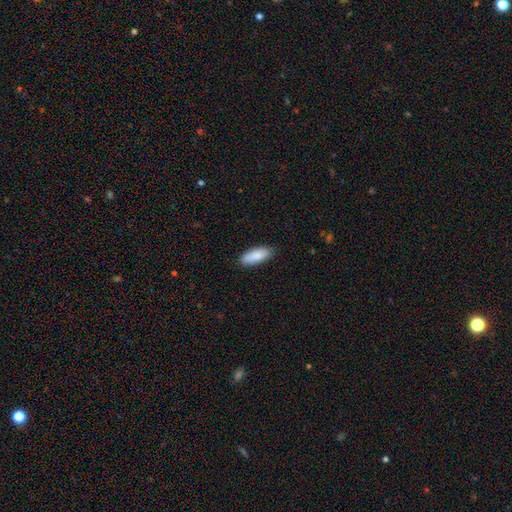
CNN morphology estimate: smooth_or_featured: smooth (p=0.87) [alt: featured or disk p=0.07]
how_rounded: in between (p=0.75) [alt: cigar-shaped p=0.24]
merging: none (p=0.86) [alt: minor disturbance p=0.11]